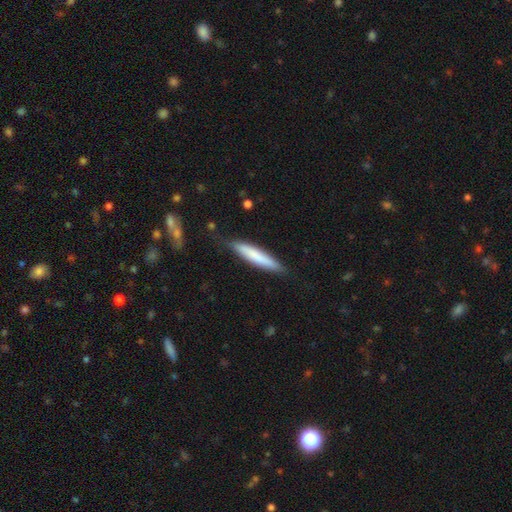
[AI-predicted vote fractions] The model was most divided on "smooth or featured": smooth: 73%, featured or disk: 22%, star or artifact: 5%. More confident: how rounded — cigar-shaped (89%); merging — none (78%).